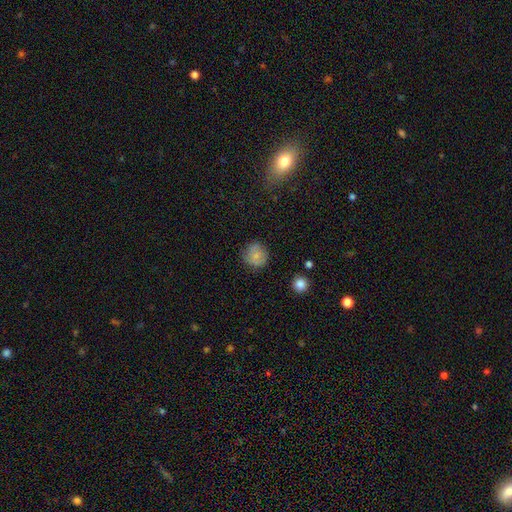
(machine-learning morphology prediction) Smooth or featured: smooth — 77% (featured or disk — 12%)
How rounded: round — 86% (in between — 13%)
Merging: none — 75% (minor disturbance — 18%)